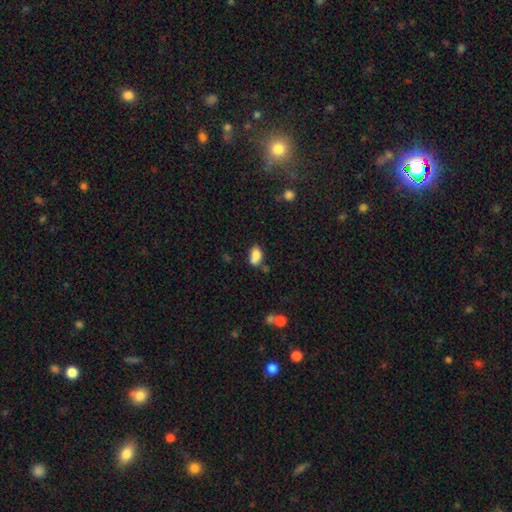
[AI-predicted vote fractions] Morphology: type=smooth (80%); roundness=in between (87%); merging=none (46%).